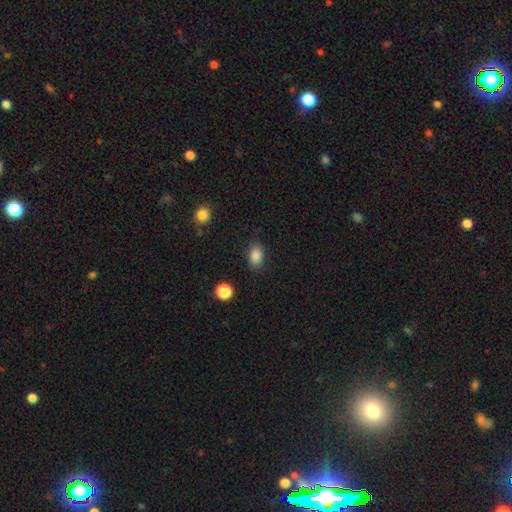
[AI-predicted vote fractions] This is clearly a smooth galaxy (86%). How rounded: clearly in between (85%). Merging: clearly none (84%).